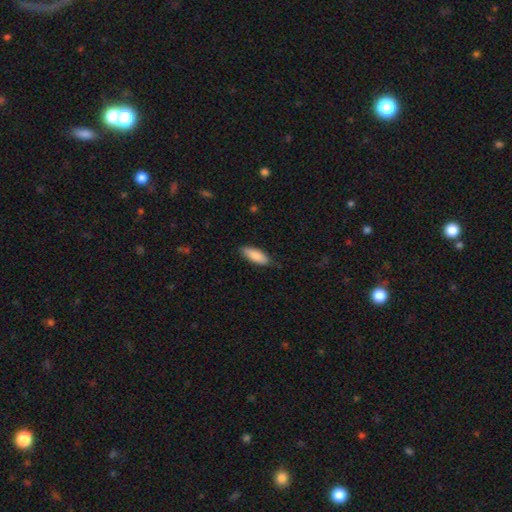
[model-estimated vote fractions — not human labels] The model was most divided on "how rounded": in between: 68%, cigar-shaped: 30%, round: 2%. More confident: smooth or featured — smooth (87%); merging — none (82%).